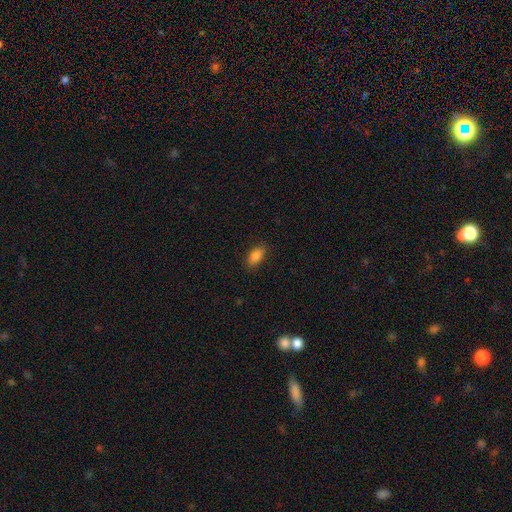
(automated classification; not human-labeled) This is clearly a smooth galaxy (85%). How rounded: clearly in between (88%). Merging: clearly none (84%).